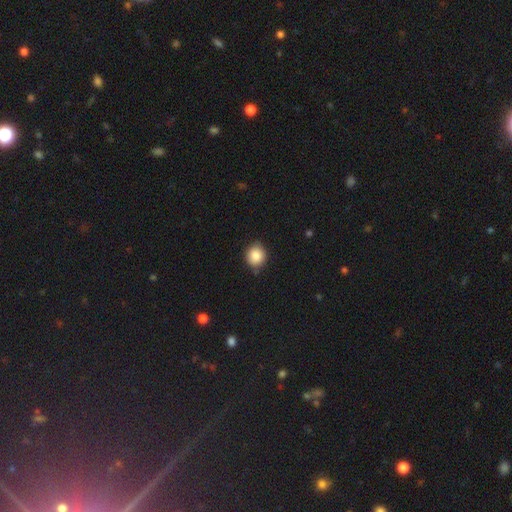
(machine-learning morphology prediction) This appears to be a smooth galaxy with no disk features (86%) that is round (81%). Merging: none (80%).